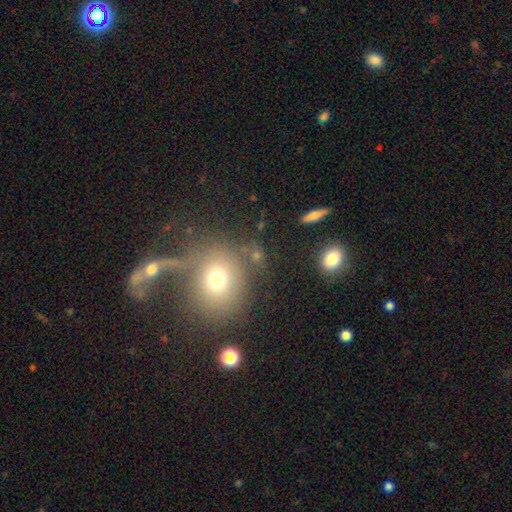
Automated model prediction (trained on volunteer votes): This is likely a smooth galaxy (65%). How rounded: likely round (68%). Merging: likely none (67%).